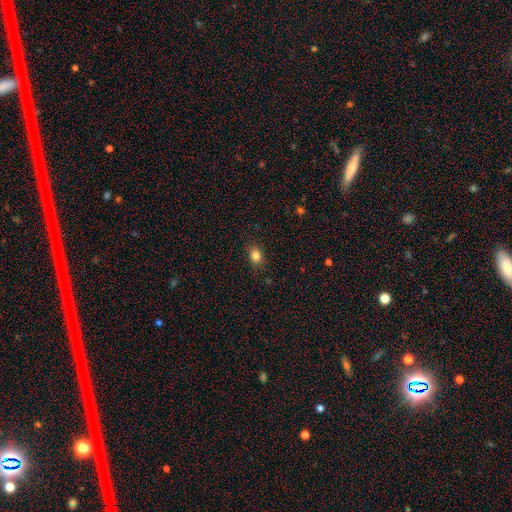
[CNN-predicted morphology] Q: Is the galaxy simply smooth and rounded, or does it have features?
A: smooth — 84%.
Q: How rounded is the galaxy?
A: in between — 65%.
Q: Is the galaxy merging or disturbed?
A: none — 85%.